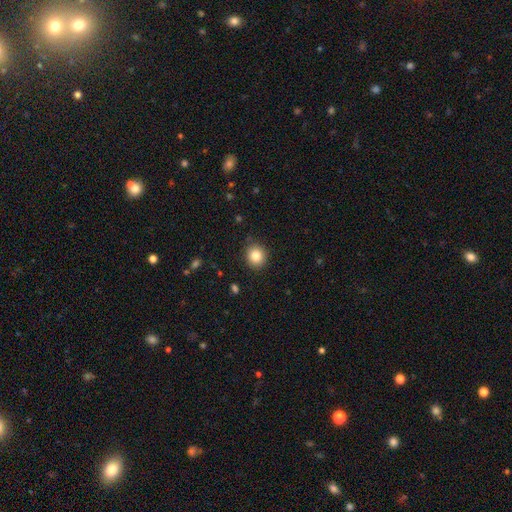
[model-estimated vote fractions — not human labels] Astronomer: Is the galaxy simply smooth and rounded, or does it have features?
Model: smooth — 83%.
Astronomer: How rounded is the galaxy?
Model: round — 87%.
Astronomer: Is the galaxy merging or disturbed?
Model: none — 89%.